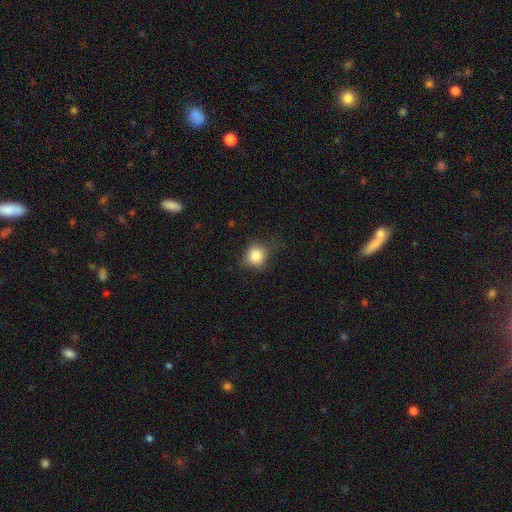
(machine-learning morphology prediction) This appears to be a smooth galaxy with no disk features (83%) that is round (79%). Merging: none (65%).